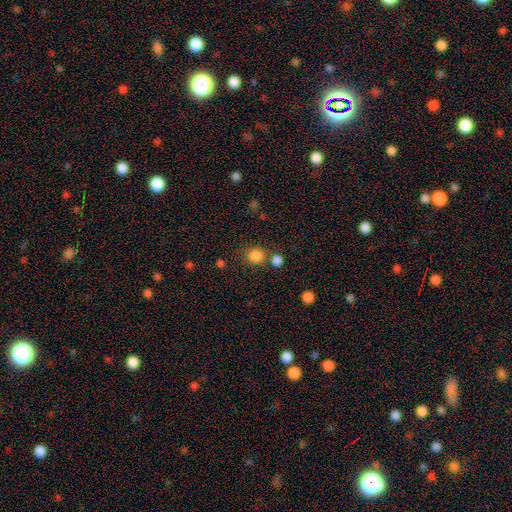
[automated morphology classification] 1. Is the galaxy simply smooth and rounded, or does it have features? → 84% smooth, 12% star or artifact, 4% featured or disk.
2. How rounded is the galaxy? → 85% round, 14% in between, 1% cigar-shaped.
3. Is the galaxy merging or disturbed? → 70% none, 17% merger, 10% minor disturbance, 4% major disturbance.